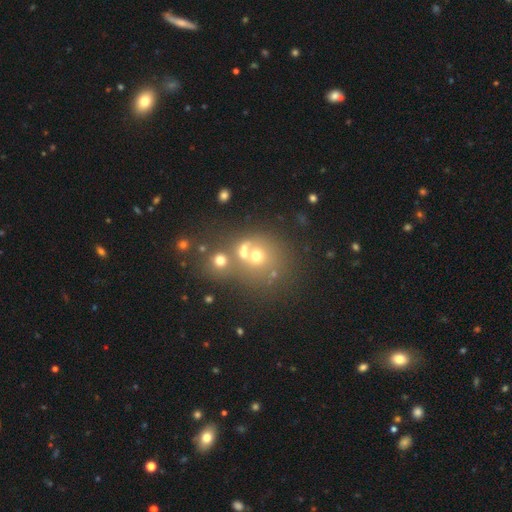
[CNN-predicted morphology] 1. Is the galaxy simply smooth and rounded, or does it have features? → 52% smooth, 26% star or artifact, 22% featured or disk.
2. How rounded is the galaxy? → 77% round, 22% in between, 1% cigar-shaped.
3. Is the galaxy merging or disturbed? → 43% none, 42% merger, 9% minor disturbance, 6% major disturbance.